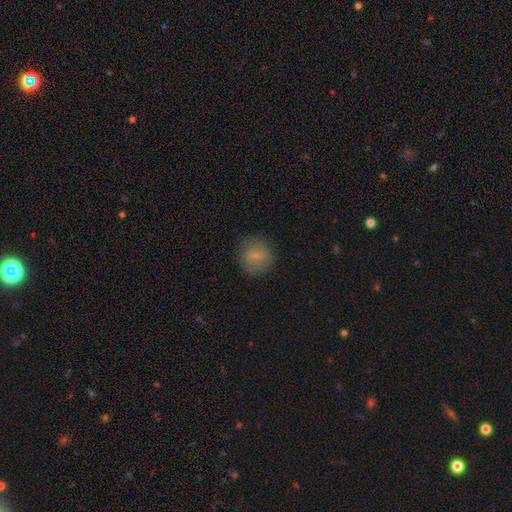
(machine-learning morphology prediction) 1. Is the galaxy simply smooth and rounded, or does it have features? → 59% smooth, 32% featured or disk, 9% star or artifact.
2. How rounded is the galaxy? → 84% round, 15% in between, 1% cigar-shaped.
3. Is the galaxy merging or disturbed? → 80% none, 13% minor disturbance, 5% major disturbance, 1% merger.